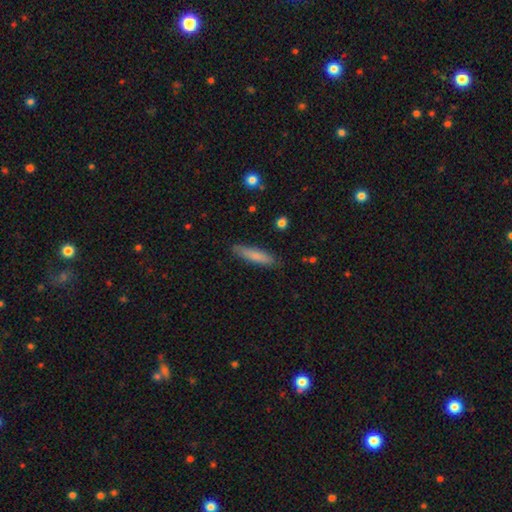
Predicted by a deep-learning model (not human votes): Q: Smooth or featured?
A: smooth (80%); runner-up: featured or disk (14%)
Q: How rounded?
A: cigar-shaped (84%); runner-up: in between (15%)
Q: Merging?
A: none (85%); runner-up: minor disturbance (11%)